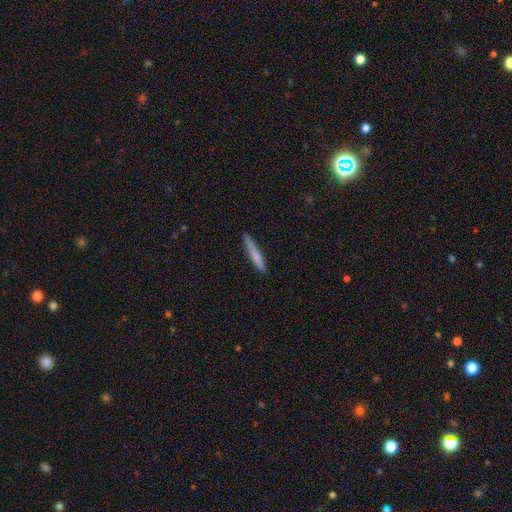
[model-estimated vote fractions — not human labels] smooth-or-featured: smooth: 73% | featured or disk: 21% | star or artifact: 6%
  how-rounded: cigar-shaped: 94% | in between: 5% | round: 1%
  merging: none: 83% | minor disturbance: 13% | major disturbance: 2% | merger: 1%